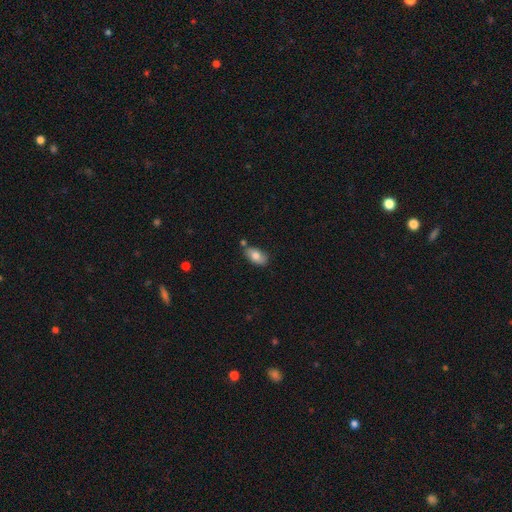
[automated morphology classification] This is likely a smooth galaxy (76%). How rounded: clearly in between (92%). Merging: likely none (72%).